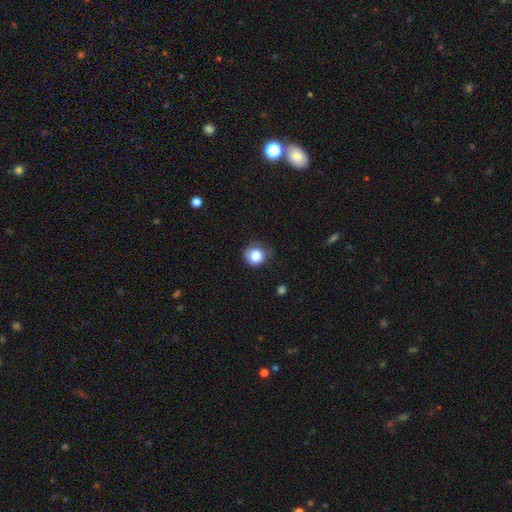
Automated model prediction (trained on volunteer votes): Q: Smooth or featured?
A: smooth (83%); runner-up: star or artifact (10%)
Q: How rounded?
A: round (87%); runner-up: in between (12%)
Q: Merging?
A: none (66%); runner-up: minor disturbance (25%)